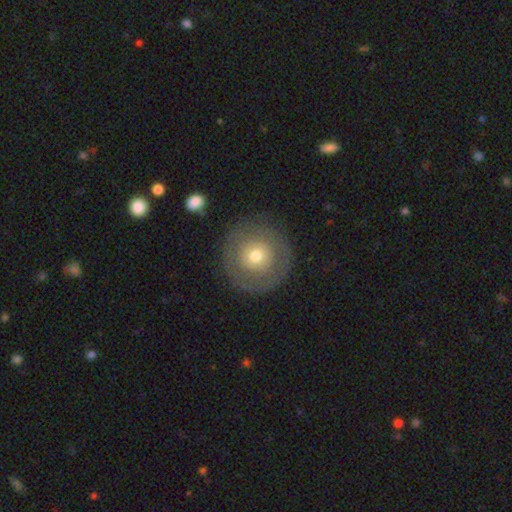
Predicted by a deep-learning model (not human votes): Smooth or featured? smooth (52%)
How rounded? round (94%)
Merging? none (84%)